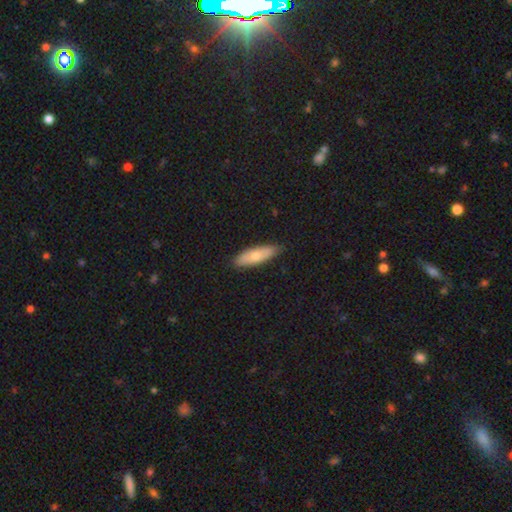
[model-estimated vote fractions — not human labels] Q: Smooth or featured?
A: smooth (69%); runner-up: featured or disk (26%)
Q: How rounded?
A: cigar-shaped (51%); runner-up: in between (47%)
Q: Merging?
A: none (83%); runner-up: minor disturbance (14%)